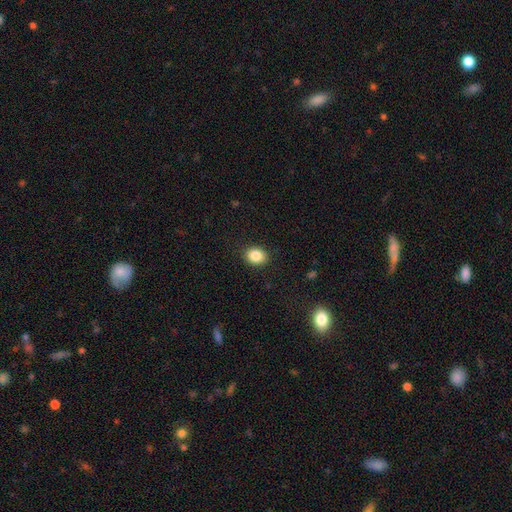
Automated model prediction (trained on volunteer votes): Smooth or featured: smooth — 86% (star or artifact — 9%)
How rounded: round — 54% (in between — 46%)
Merging: none — 89% (minor disturbance — 8%)